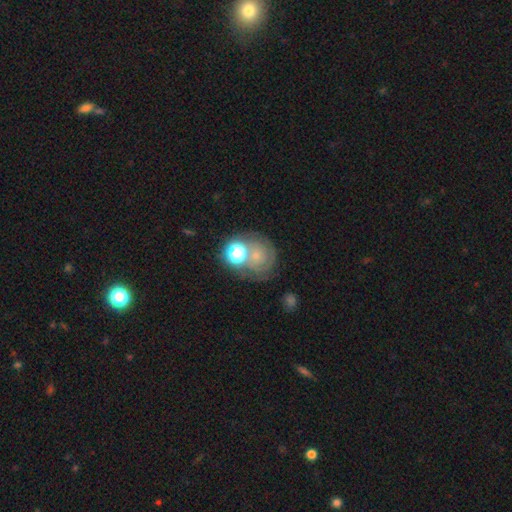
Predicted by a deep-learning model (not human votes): This is marginally a smooth galaxy (44%). Merging: possibly none (48%).